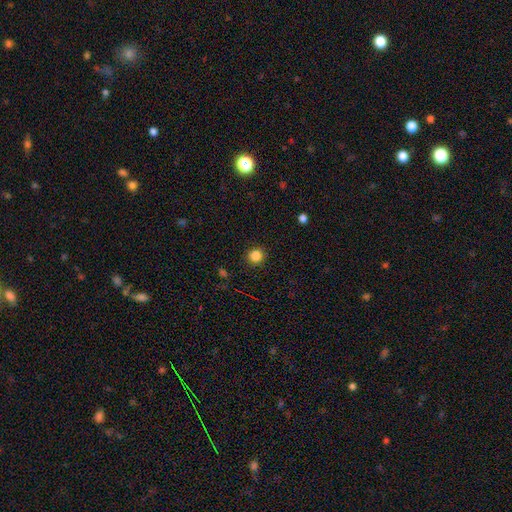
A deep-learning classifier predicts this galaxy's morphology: smooth_or_featured: smooth (p=0.84) [alt: star or artifact p=0.12]
how_rounded: round (p=0.92) [alt: in between p=0.07]
merging: none (p=0.91) [alt: minor disturbance p=0.06]